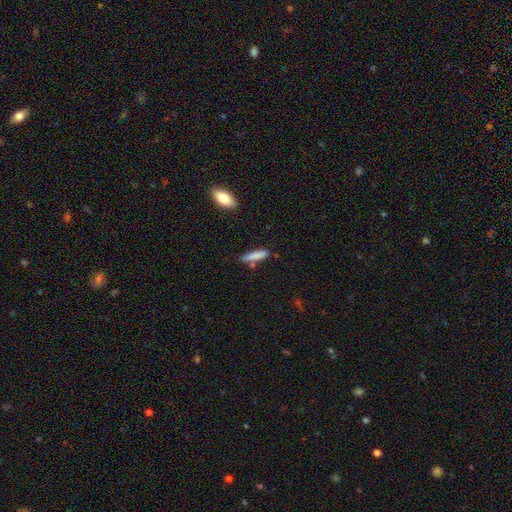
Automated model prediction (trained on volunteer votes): Smooth or featured?
  - smooth: 82% *
  - featured or disk: 11%
  - star or artifact: 7%
How rounded?
  - cigar-shaped: 79% *
  - in between: 20%
  - round: 2%
Merging?
  - none: 70% *
  - minor disturbance: 18%
  - merger: 8%
  - major disturbance: 4%